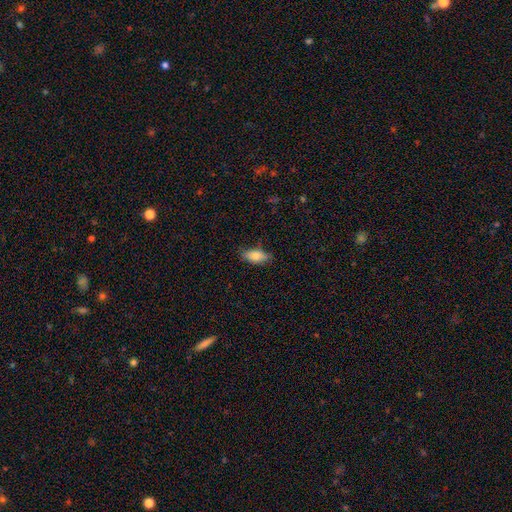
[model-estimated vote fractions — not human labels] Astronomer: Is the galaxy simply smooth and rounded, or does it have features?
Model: smooth — 77%.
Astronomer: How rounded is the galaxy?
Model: in between — 86%.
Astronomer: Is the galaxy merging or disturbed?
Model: none — 71%.